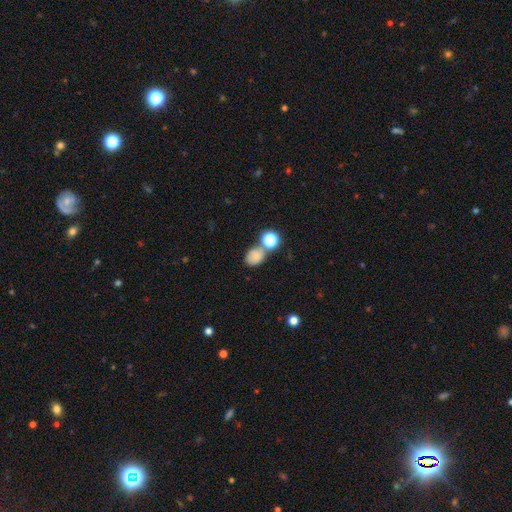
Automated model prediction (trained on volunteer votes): smooth-or-featured: smooth: 78% | star or artifact: 14% | featured or disk: 8%
  how-rounded: in between: 64% | round: 35% | cigar-shaped: 1%
  merging: none: 54% | merger: 27% | minor disturbance: 14% | major disturbance: 5%